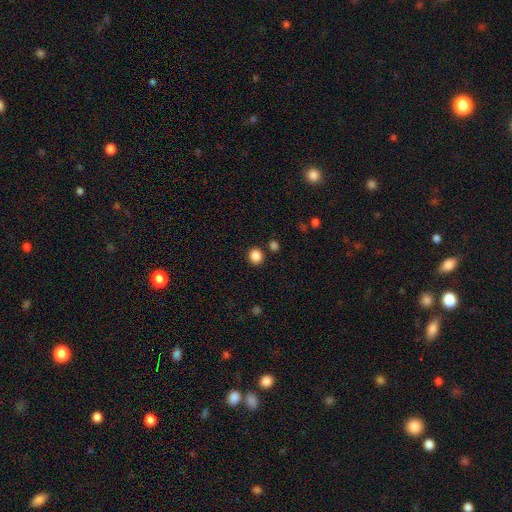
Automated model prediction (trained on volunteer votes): Q: Smooth or featured?
A: smooth (86%); runner-up: star or artifact (10%)
Q: How rounded?
A: round (78%); runner-up: in between (21%)
Q: Merging?
A: none (85%); runner-up: minor disturbance (7%)